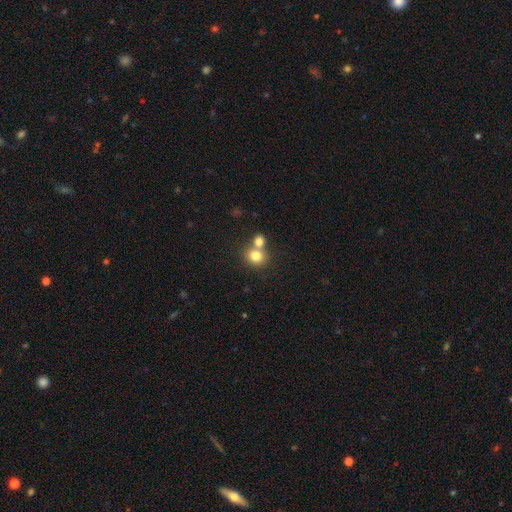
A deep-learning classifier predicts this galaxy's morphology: type=smooth (79%); roundness=round (77%); merging=none (47%).